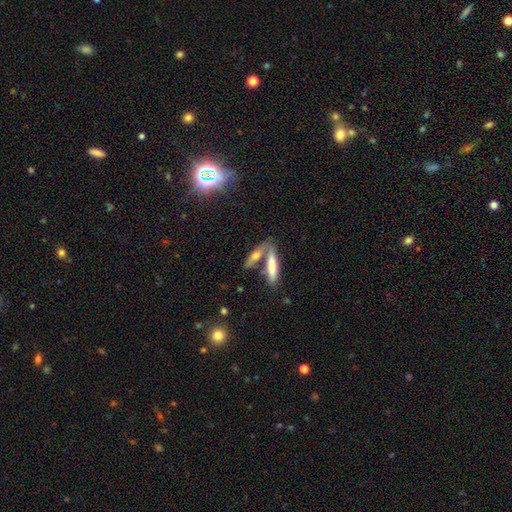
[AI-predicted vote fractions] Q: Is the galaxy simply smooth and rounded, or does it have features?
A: smooth — 63%.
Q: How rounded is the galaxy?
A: cigar-shaped — 72%.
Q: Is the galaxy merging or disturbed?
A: none — 52%.